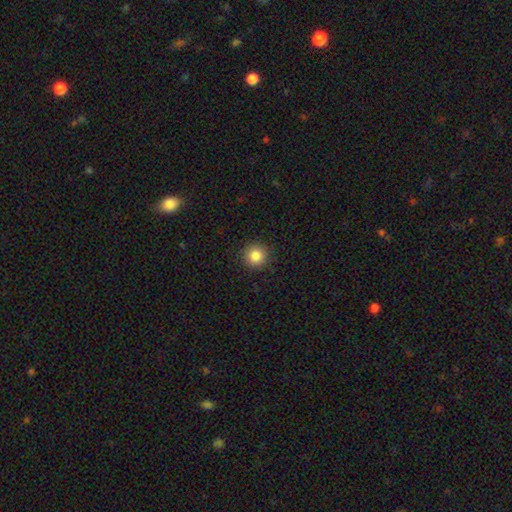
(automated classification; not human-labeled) Morphology: type=smooth (85%); roundness=round (95%); merging=none (92%).